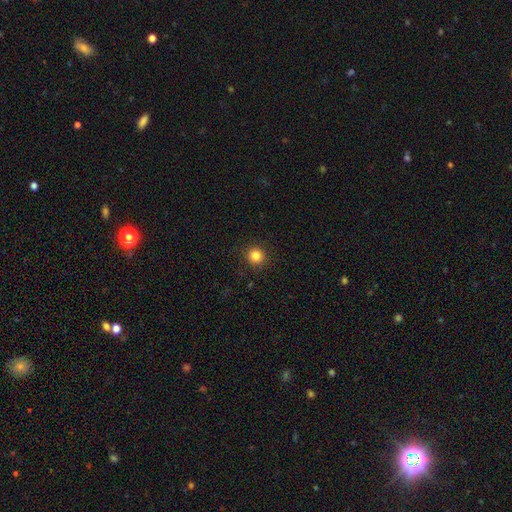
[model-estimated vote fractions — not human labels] Q: Smooth or featured?
A: smooth (84%); runner-up: star or artifact (12%)
Q: How rounded?
A: round (93%); runner-up: in between (6%)
Q: Merging?
A: none (92%); runner-up: minor disturbance (5%)